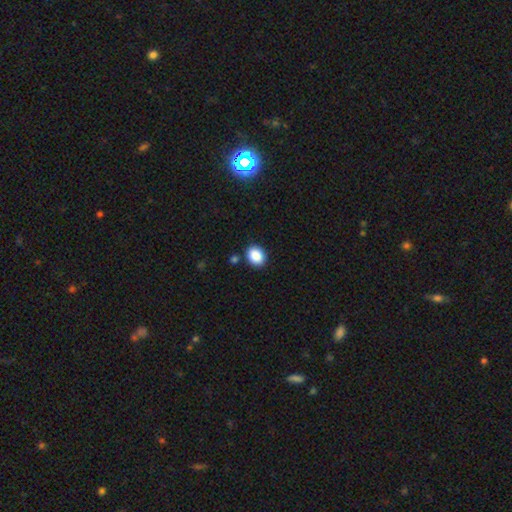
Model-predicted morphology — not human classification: Smooth or featured? Predicted: smooth (p=0.88). How rounded? Predicted: round (p=0.50). Merging? Predicted: none (p=0.84).